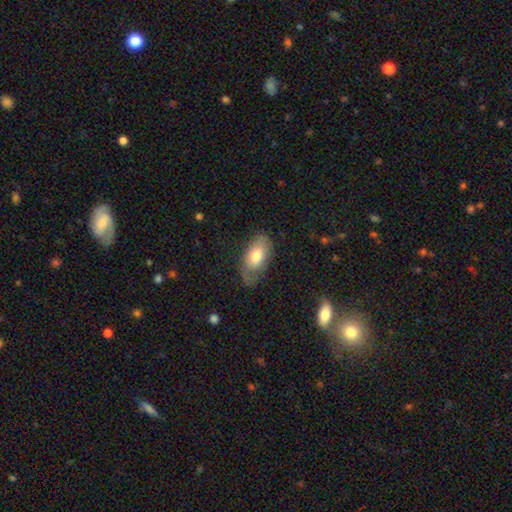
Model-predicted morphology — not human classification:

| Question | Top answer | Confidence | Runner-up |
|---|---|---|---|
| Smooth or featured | smooth | 71% | featured or disk (22%) |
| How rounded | in between | 92% | round (4%) |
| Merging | none | 60% | minor disturbance (27%) |